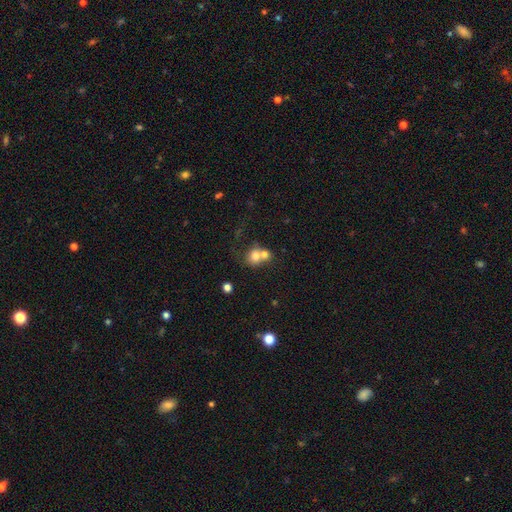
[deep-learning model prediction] smooth 72%, featured or disk 17%, star or artifact 11%. Down the decision tree: how rounded — round (70%); merging — merger (62%).